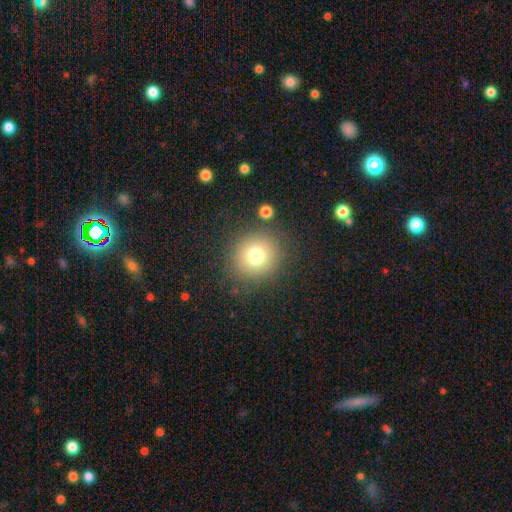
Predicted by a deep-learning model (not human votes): smooth 75%, star or artifact 15%, featured or disk 11%. Down the decision tree: how rounded — round (90%); merging — none (85%).